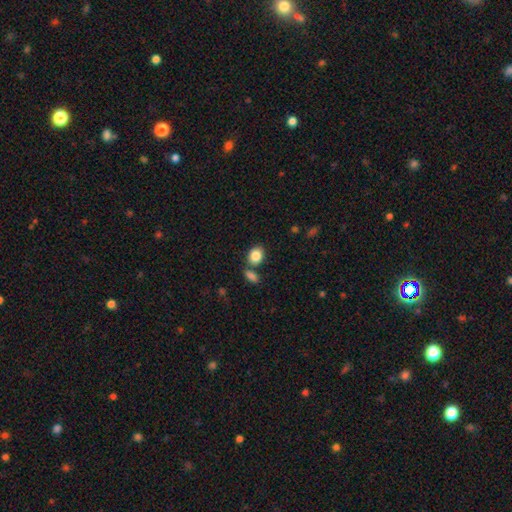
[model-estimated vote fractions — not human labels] Overall: smooth (86%). How rounded: in between (60%; round 39%). Merging: none (64%).